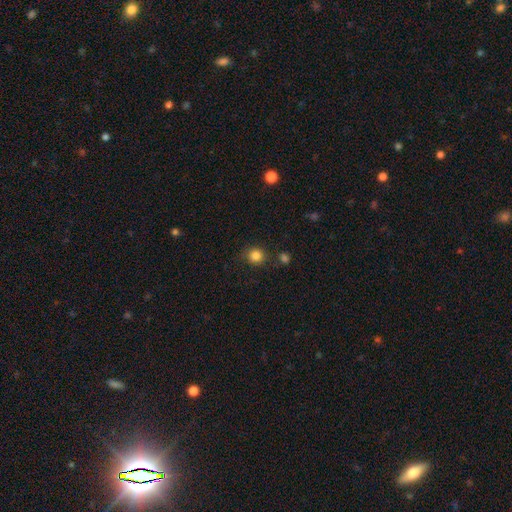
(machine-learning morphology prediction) This is clearly a smooth galaxy (84%). How rounded: clearly round (89%). Merging: clearly none (81%).